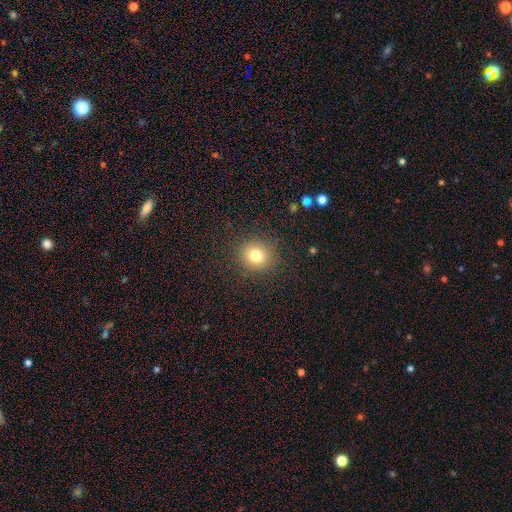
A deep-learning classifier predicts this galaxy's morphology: A smooth galaxy with no disk features (77%) that is round (84%).

Vote fractions:
- Smooth or featured? smooth: 77% / star or artifact: 14% / featured or disk: 8%
- How rounded? round: 84% / in between: 16% / cigar-shaped: 1%
- Merging? none: 88% / minor disturbance: 8% / major disturbance: 3% / merger: 1%